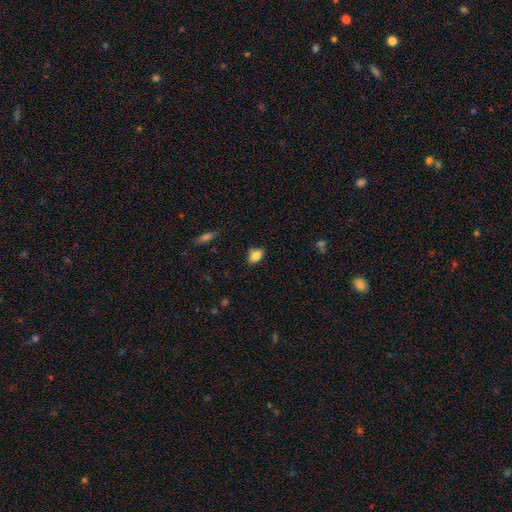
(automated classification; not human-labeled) The model was most divided on "merging": none: 71%, minor disturbance: 19%, merger: 6%, major disturbance: 4%. More confident: how rounded — in between (85%); smooth or featured — smooth (82%).